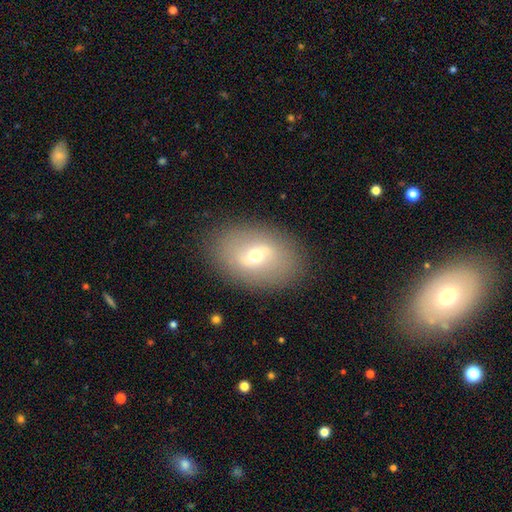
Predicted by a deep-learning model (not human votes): This appears to be a featured or disk galaxy (49%). Merging: none (85%).